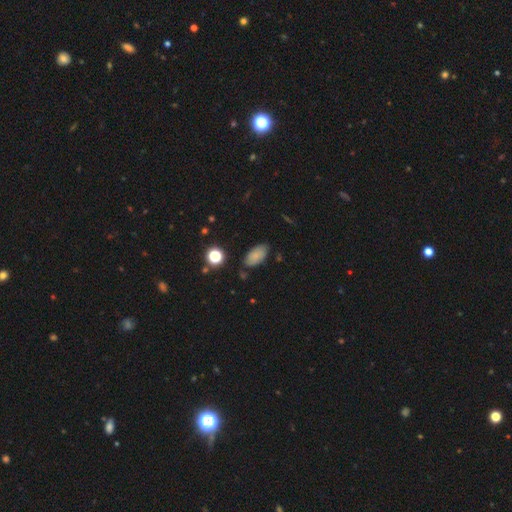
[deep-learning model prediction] smooth-or-featured: smooth: 78% | star or artifact: 11% | featured or disk: 11%
  how-rounded: in between: 92% | round: 5% | cigar-shaped: 3%
  merging: none: 77% | minor disturbance: 17% | major disturbance: 4% | merger: 3%